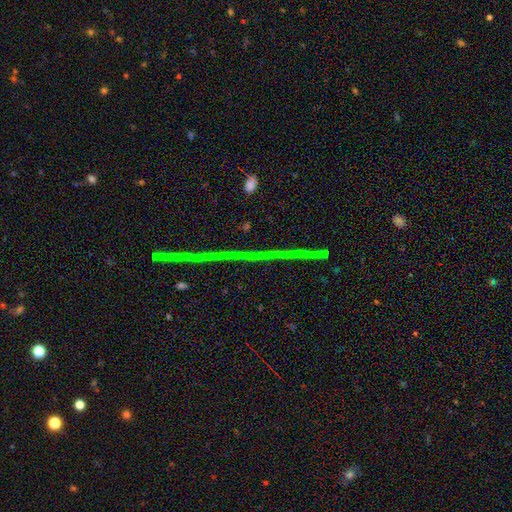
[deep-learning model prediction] This is likely a star or artifact rather than a galaxy (79%).